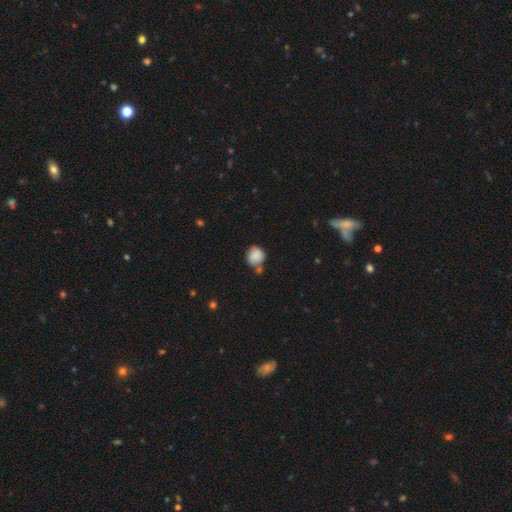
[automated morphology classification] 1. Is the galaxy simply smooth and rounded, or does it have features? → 86% smooth, 8% star or artifact, 6% featured or disk.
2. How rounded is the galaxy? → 85% round, 14% in between, 1% cigar-shaped.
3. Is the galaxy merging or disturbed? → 59% none, 19% minor disturbance, 18% merger, 5% major disturbance.